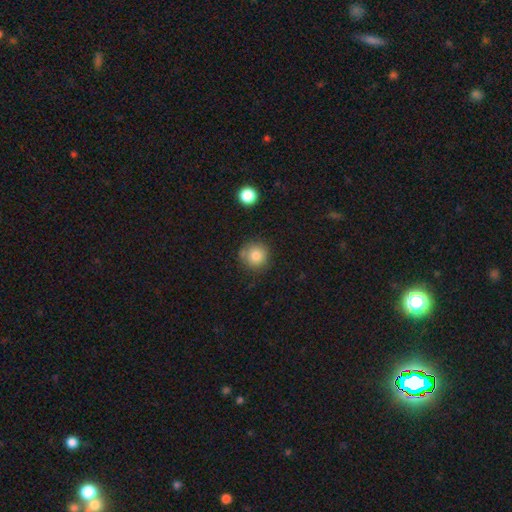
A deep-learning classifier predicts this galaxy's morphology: The model was most divided on "merging": none: 77%, minor disturbance: 14%, merger: 5%, major disturbance: 4%. More confident: how rounded — round (94%); smooth or featured — smooth (83%).